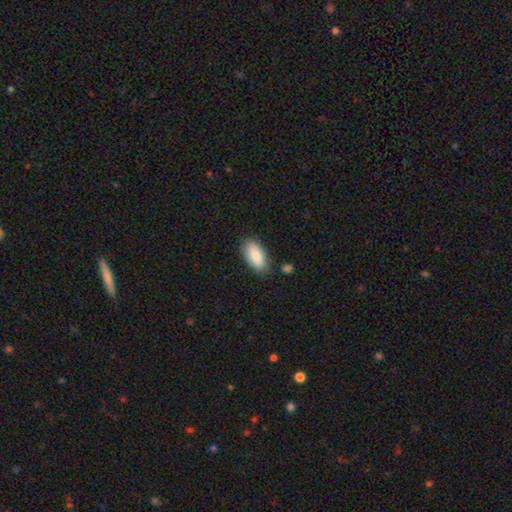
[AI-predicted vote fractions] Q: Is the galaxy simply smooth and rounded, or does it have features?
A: smooth — 86%.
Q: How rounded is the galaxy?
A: in between — 92%.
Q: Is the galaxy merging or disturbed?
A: none — 82%.